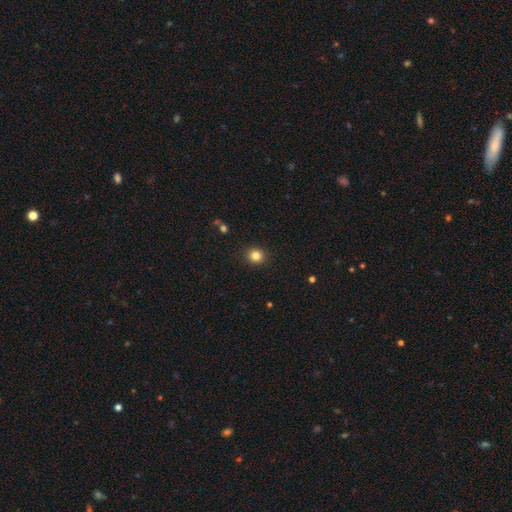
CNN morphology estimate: Q: Smooth or featured?
A: smooth (83%); runner-up: star or artifact (12%)
Q: How rounded?
A: round (89%); runner-up: in between (10%)
Q: Merging?
A: none (92%); runner-up: minor disturbance (5%)